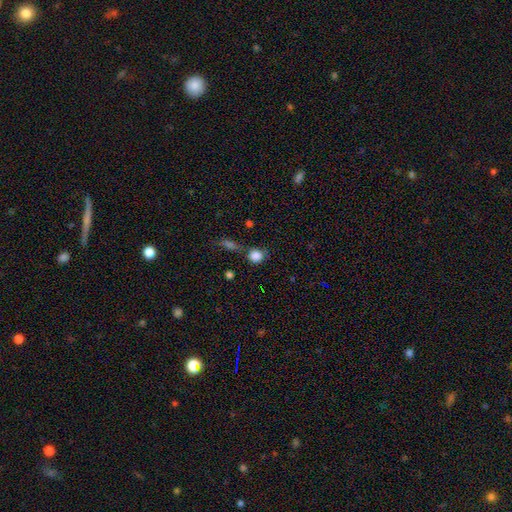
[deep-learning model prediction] Q: Smooth or featured?
A: smooth (82%); runner-up: star or artifact (13%)
Q: How rounded?
A: round (85%); runner-up: in between (13%)
Q: Merging?
A: none (64%); runner-up: minor disturbance (16%)